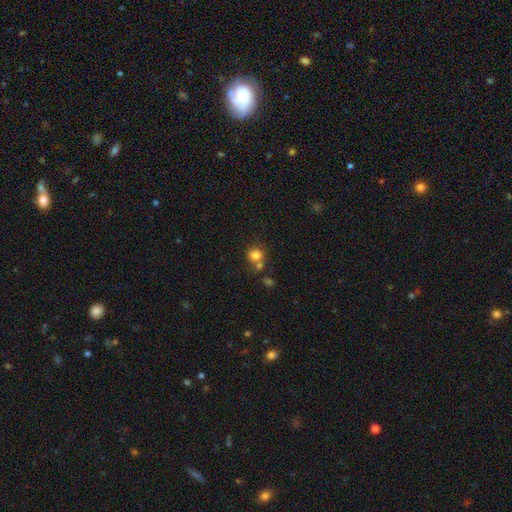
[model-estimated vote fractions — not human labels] The model was most divided on "merging": none: 54%, merger: 30%, minor disturbance: 11%, major disturbance: 5%. More confident: how rounded — round (83%); smooth or featured — smooth (79%).